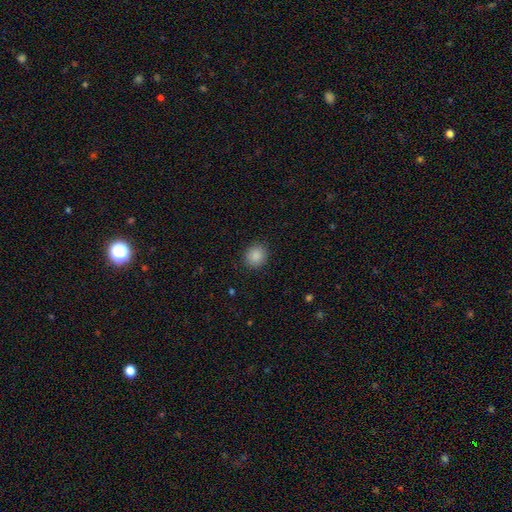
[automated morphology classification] smooth 87%, star or artifact 9%, featured or disk 3%. Down the decision tree: how rounded — round (83%); merging — none (90%).